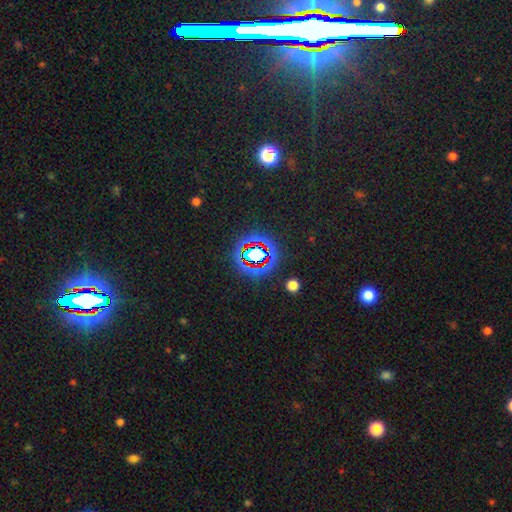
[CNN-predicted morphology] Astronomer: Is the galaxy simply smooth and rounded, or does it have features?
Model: star or artifact — 77%.